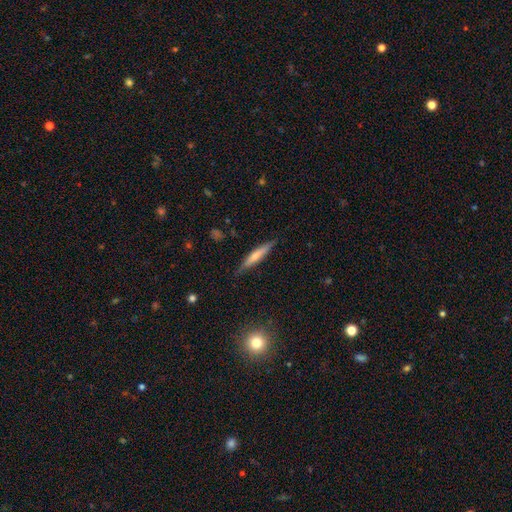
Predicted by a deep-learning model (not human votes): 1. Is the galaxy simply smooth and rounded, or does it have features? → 53% smooth, 41% featured or disk, 6% star or artifact.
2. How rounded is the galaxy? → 90% cigar-shaped, 8% in between, 2% round.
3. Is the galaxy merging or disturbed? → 85% none, 11% minor disturbance, 2% major disturbance, 1% merger.